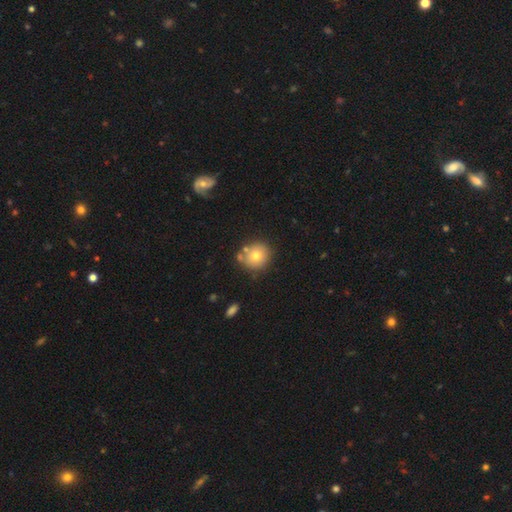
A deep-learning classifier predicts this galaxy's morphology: smooth-or-featured: smooth: 72% | featured or disk: 16% | star or artifact: 11%
  how-rounded: round: 87% | in between: 12% | cigar-shaped: 1%
  merging: none: 71% | merger: 13% | minor disturbance: 12% | major disturbance: 4%